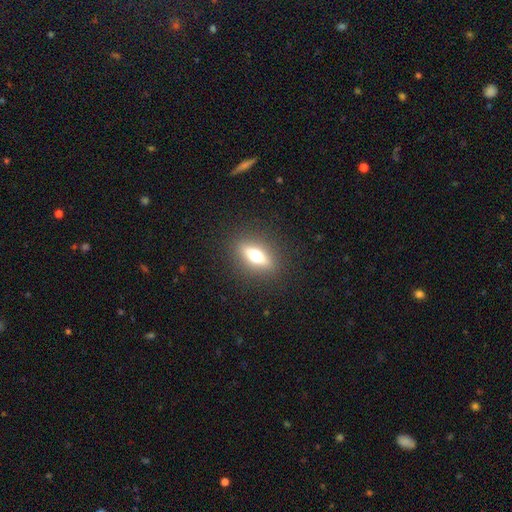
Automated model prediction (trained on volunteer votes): A smooth galaxy with no disk features (45%, tied with featured or disk).

Vote fractions:
- Smooth or featured? smooth: 45% (tied) / featured or disk: 45% (tied) / star or artifact: 9%
- Merging? none: 89% / minor disturbance: 7% / major disturbance: 3% / merger: 1%